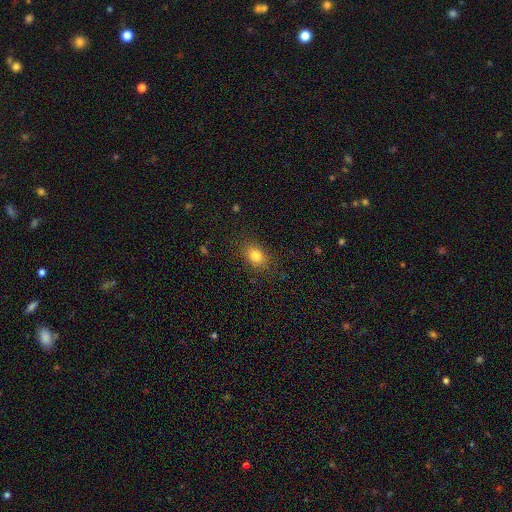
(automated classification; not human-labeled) A smooth galaxy with no disk features (81%) that is in between round and cigar-shaped (67%). Merging: none (83%).